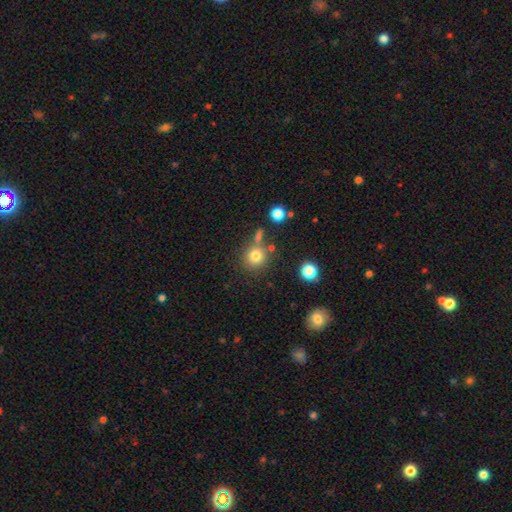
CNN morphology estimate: smooth 78%, star or artifact 13%, featured or disk 9%. Down the decision tree: how rounded — round (90%); merging — none (71%).